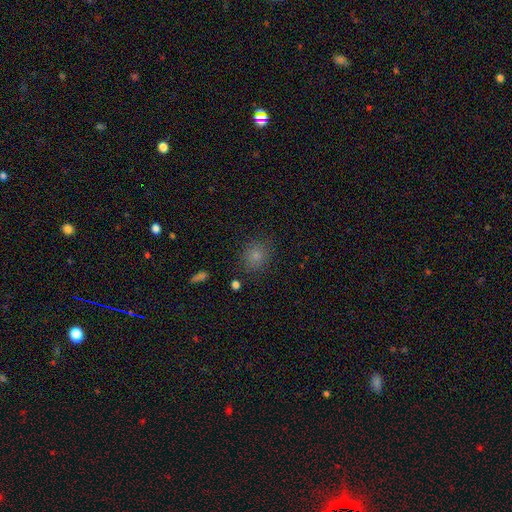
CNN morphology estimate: Q: Smooth or featured?
A: smooth (78%); runner-up: star or artifact (15%)
Q: How rounded?
A: round (77%); runner-up: in between (22%)
Q: Merging?
A: none (83%); runner-up: minor disturbance (11%)